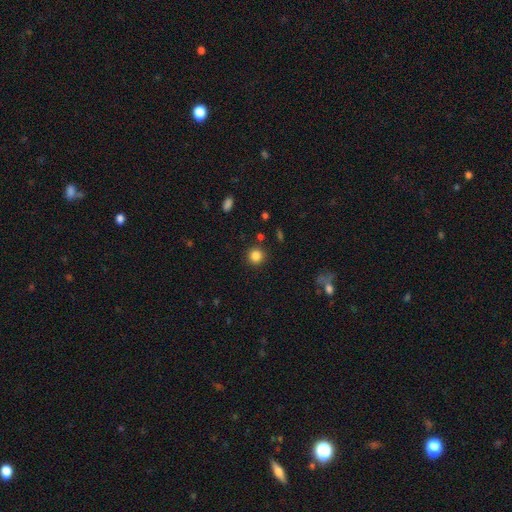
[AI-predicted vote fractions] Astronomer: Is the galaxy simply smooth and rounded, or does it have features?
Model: smooth — 85%.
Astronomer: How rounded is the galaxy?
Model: round — 93%.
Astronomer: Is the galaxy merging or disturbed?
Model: none — 89%.